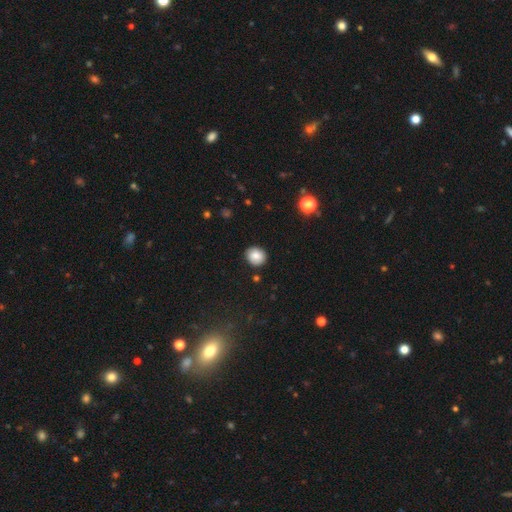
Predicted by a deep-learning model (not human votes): Smooth or featured? smooth (82%)
How rounded? round (82%)
Merging? none (87%)